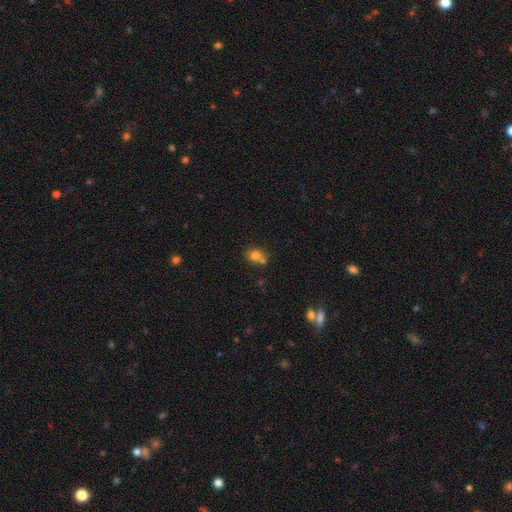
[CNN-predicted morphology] smooth_or_featured: smooth (p=0.77) [alt: star or artifact p=0.12]
how_rounded: round (p=0.64) [alt: in between p=0.35]
merging: none (p=0.48) [alt: merger p=0.34]